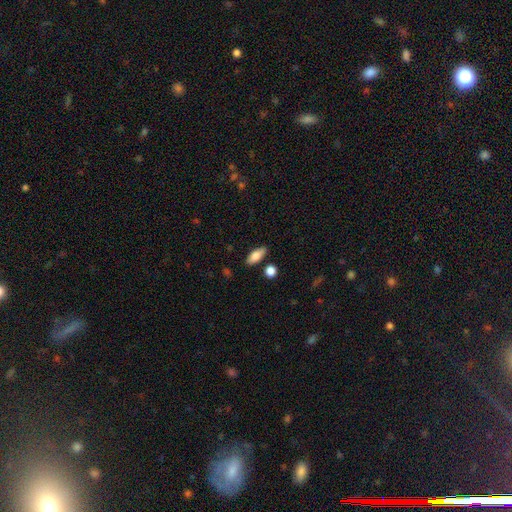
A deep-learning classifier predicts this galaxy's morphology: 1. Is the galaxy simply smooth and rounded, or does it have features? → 79% smooth, 14% featured or disk, 7% star or artifact.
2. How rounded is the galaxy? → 79% in between, 17% cigar-shaped, 3% round.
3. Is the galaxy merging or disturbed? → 82% none, 11% minor disturbance, 4% merger, 3% major disturbance.